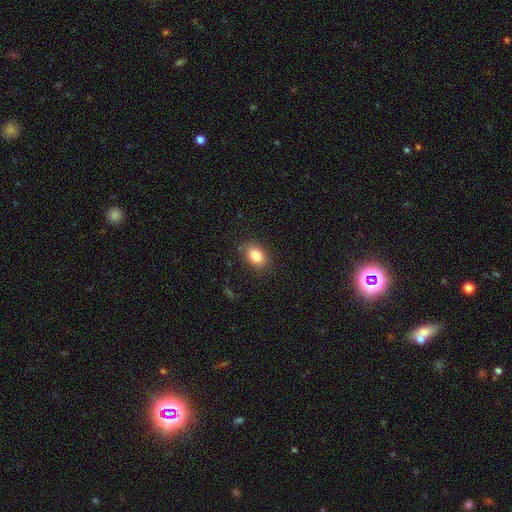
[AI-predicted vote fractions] Overall: smooth (83%). How rounded: in between (77%). Merging: none (85%).